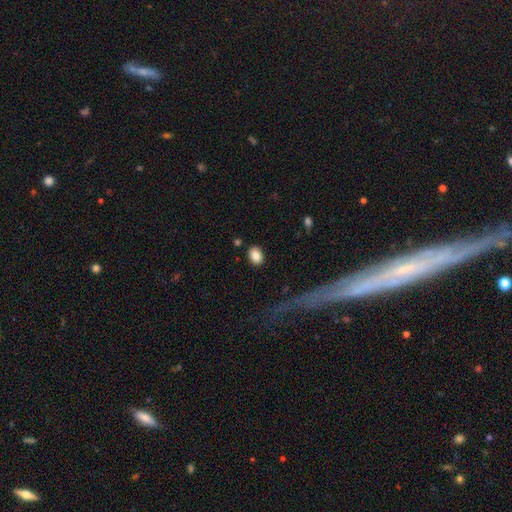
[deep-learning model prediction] Q: Smooth or featured?
A: smooth (85%); runner-up: star or artifact (8%)
Q: How rounded?
A: in between (74%); runner-up: round (25%)
Q: Merging?
A: none (86%); runner-up: minor disturbance (9%)